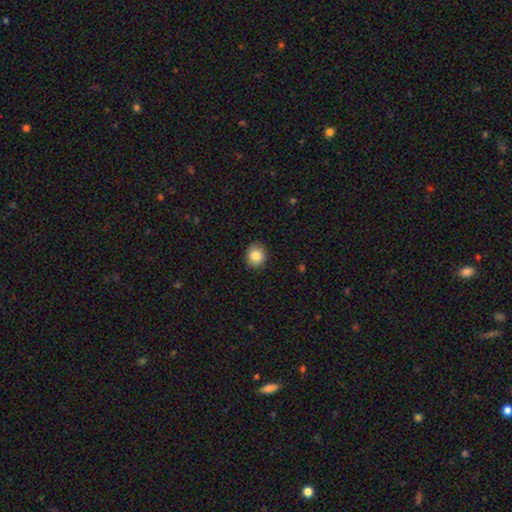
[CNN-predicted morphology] This appears to be a smooth galaxy with no disk features (85%) that is round (81%). Merging: none (91%).